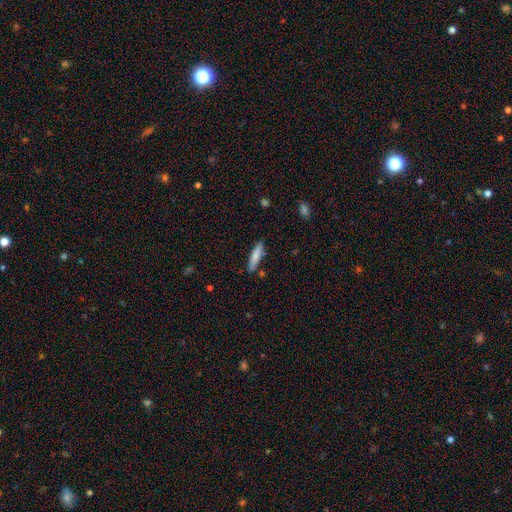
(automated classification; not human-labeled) Smooth or featured? smooth (79%)
How rounded? cigar-shaped (78%)
Merging? none (82%)